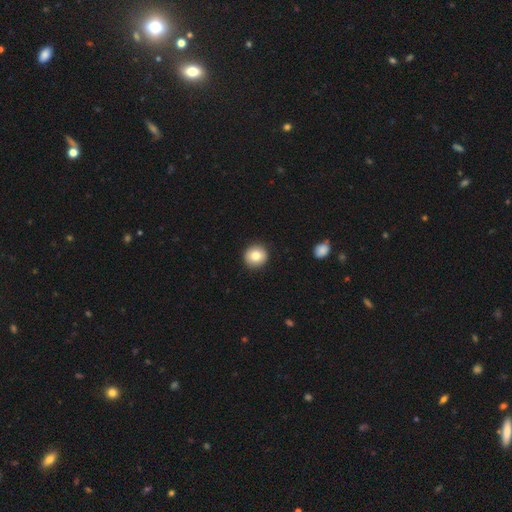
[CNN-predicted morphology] Smooth or featured? smooth (82%)
How rounded? round (92%)
Merging? none (92%)